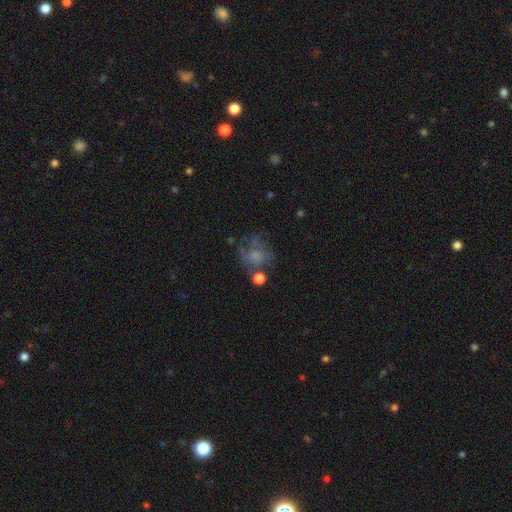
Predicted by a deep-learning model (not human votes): Morphology: type=smooth (51%); roundness=round (65%); merging=none (39%).